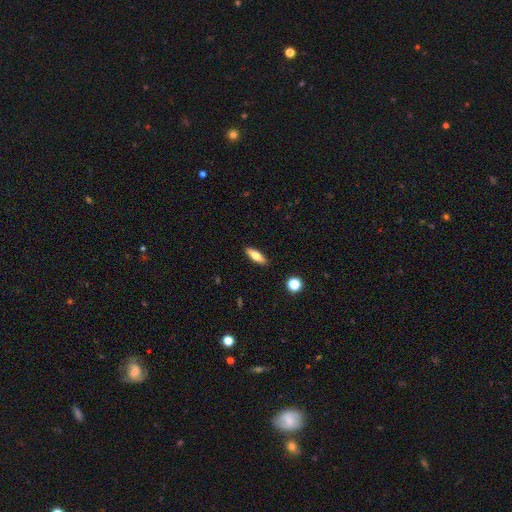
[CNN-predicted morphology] This appears to be a smooth galaxy with no disk features (65%) that is in between round and cigar-shaped (56%). Merging: none (90%).